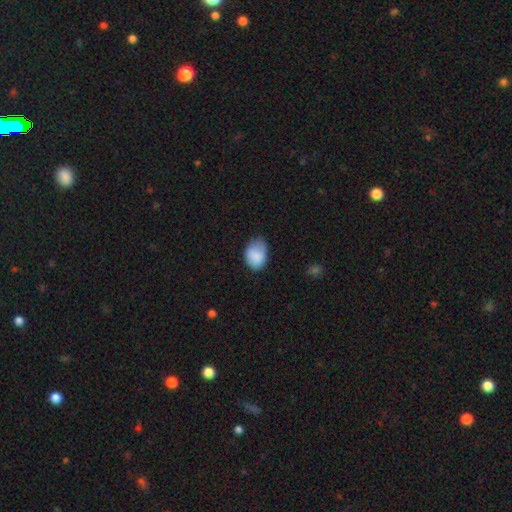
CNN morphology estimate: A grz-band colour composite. It shows a smooth galaxy with no disk features (85%) that is in between round and cigar-shaped (76%). Merging: none (59%).